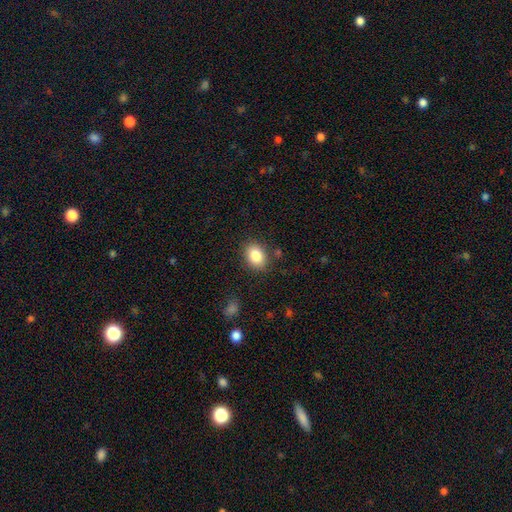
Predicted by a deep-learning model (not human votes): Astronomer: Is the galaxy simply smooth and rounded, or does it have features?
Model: smooth — 85%.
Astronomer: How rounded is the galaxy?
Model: in between — 65%.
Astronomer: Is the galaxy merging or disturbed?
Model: none — 85%.